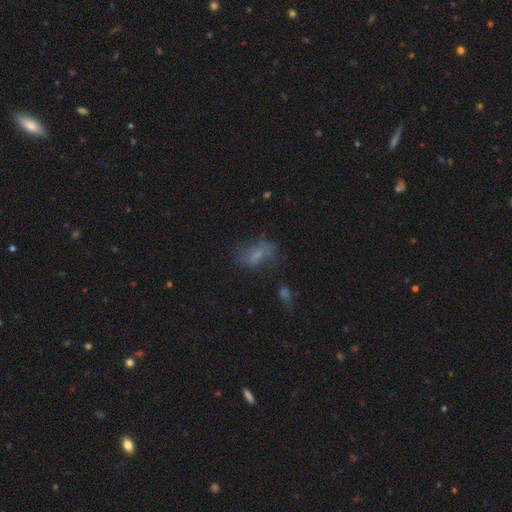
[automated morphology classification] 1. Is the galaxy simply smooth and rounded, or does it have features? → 47% smooth, 38% featured or disk, 15% star or artifact.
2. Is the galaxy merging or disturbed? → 53% none, 24% minor disturbance, 19% major disturbance, 5% merger.